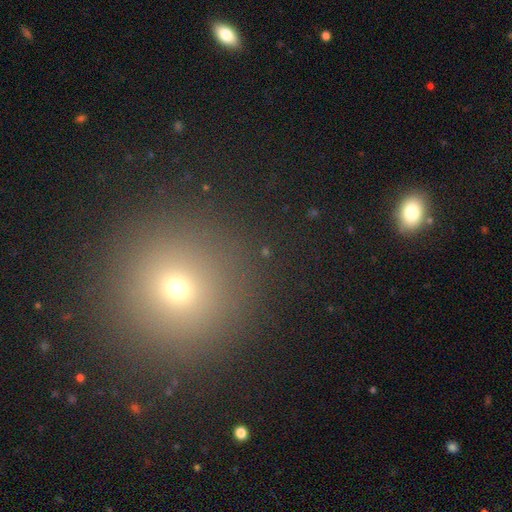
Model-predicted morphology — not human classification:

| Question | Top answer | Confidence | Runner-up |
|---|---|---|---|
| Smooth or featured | smooth | 63% | star or artifact (28%) |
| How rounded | round | 95% | in between (4%) |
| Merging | none | 91% | minor disturbance (5%) |